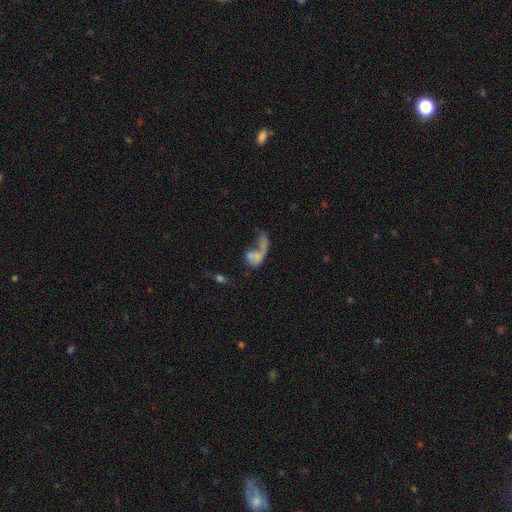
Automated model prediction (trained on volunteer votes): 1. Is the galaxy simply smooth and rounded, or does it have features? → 52% smooth, 36% featured or disk, 12% star or artifact.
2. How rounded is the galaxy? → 72% in between, 21% round, 6% cigar-shaped.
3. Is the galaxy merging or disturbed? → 56% merger, 22% major disturbance, 15% none, 8% minor disturbance.